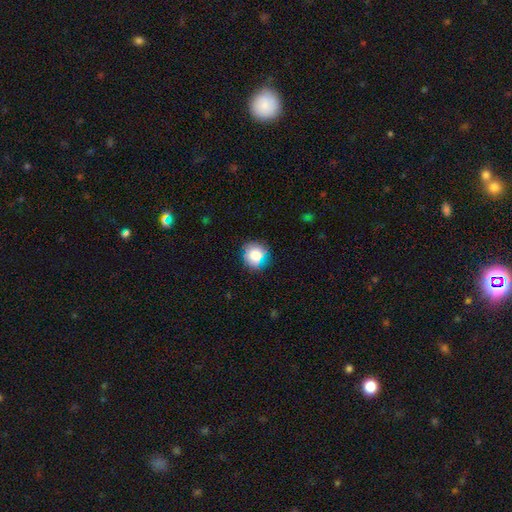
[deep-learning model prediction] smooth 80%, star or artifact 12%, featured or disk 8%. Down the decision tree: how rounded — round (88%); merging — none (79%).